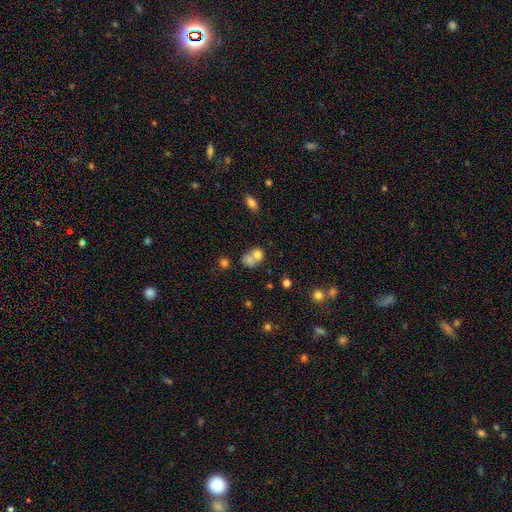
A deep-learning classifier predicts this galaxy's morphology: Smooth or featured? smooth (71%)
How rounded? round (53%)
Merging? merger (64%)